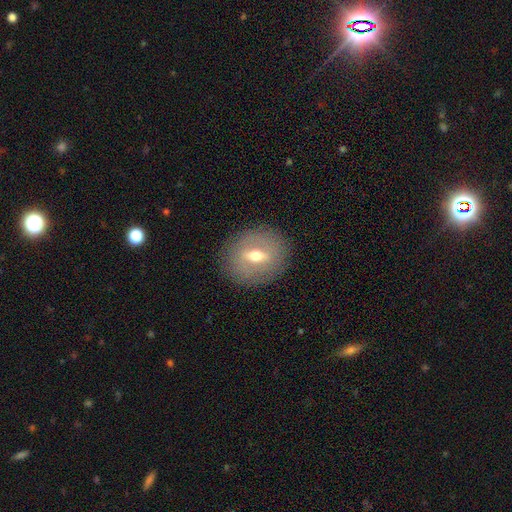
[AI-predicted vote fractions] Smooth or featured? featured or disk (54%)
Edge-on disk? no (81%)
Merging? none (85%)